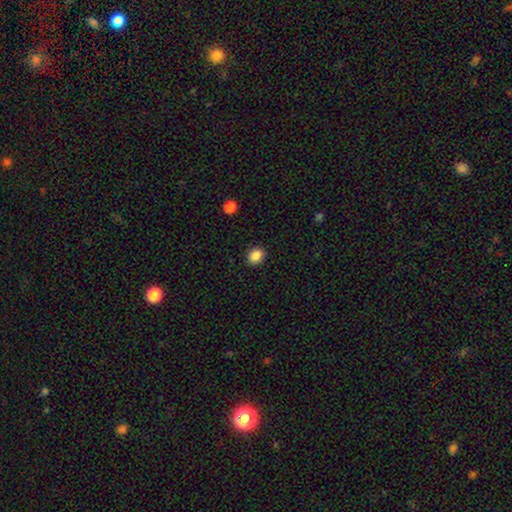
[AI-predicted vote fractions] smooth_or_featured: smooth (p=0.87) [alt: star or artifact p=0.10]
how_rounded: round (p=0.61) [alt: in between p=0.38]
merging: none (p=0.90) [alt: minor disturbance p=0.07]